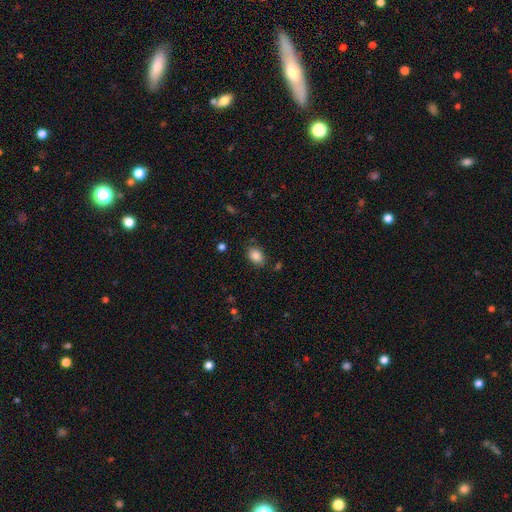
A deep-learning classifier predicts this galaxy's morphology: smooth-or-featured: smooth: 87% | star or artifact: 9% | featured or disk: 4%
  how-rounded: in between: 82% | round: 17% | cigar-shaped: 1%
  merging: none: 80% | minor disturbance: 14% | major disturbance: 4% | merger: 2%